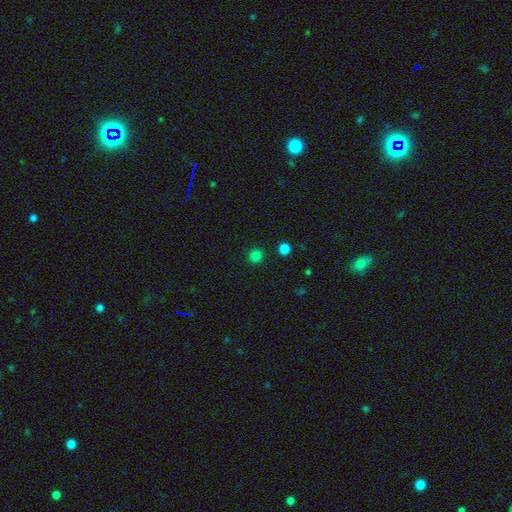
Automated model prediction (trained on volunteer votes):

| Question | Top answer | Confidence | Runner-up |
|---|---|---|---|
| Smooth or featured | smooth | 80% | star or artifact (16%) |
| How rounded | round | 93% | in between (6%) |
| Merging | none | 91% | minor disturbance (5%) |